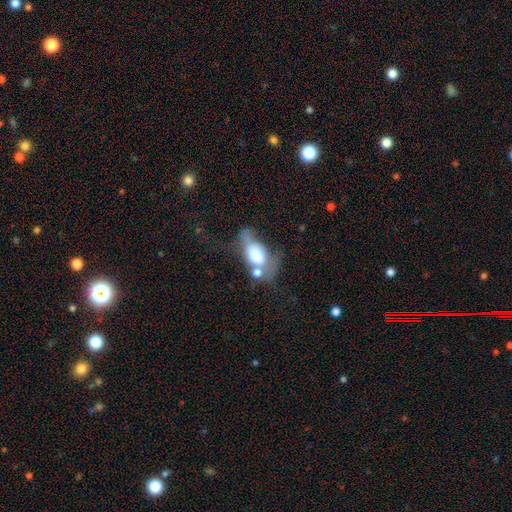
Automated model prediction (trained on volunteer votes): The model was most divided on "merging": merger: 36%, none: 23%, major disturbance: 22%, minor disturbance: 19%. More confident: how rounded — in between (82%); smooth or featured — smooth (59%).